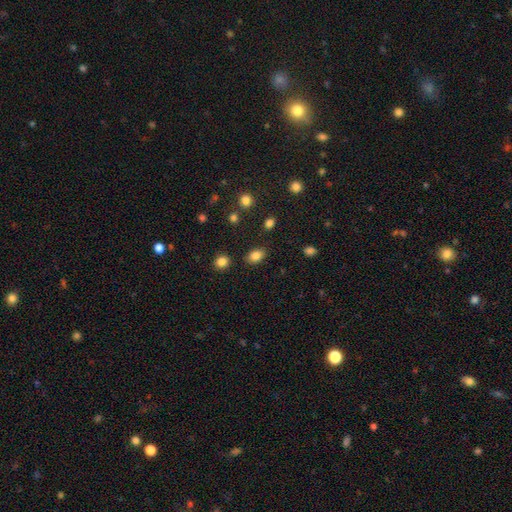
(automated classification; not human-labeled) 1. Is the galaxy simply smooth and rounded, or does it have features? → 84% smooth, 10% star or artifact, 5% featured or disk.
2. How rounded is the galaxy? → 79% in between, 20% round, 1% cigar-shaped.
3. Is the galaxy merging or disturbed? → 83% none, 10% minor disturbance, 3% major disturbance, 3% merger.